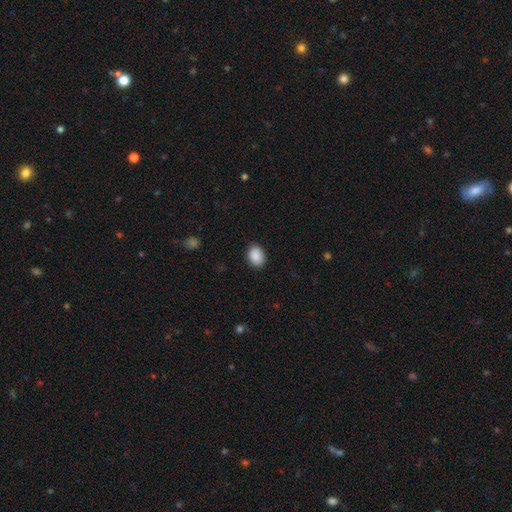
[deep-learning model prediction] Smooth or featured: smooth — 90% (star or artifact — 7%)
How rounded: in between — 73% (round — 26%)
Merging: none — 87% (minor disturbance — 9%)